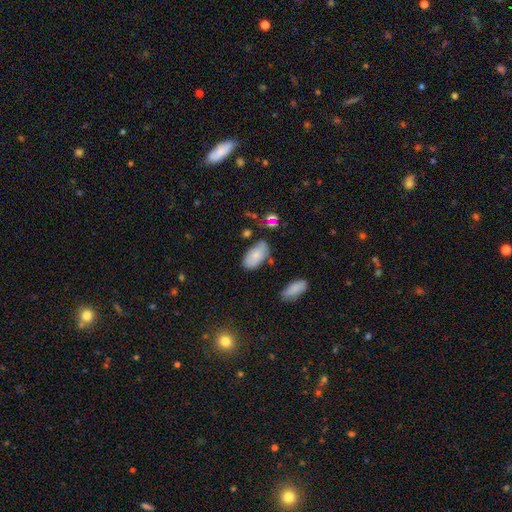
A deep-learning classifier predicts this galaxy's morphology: A smooth galaxy with no disk features (79%) that is in between round and cigar-shaped (94%). Merging: none (64%).